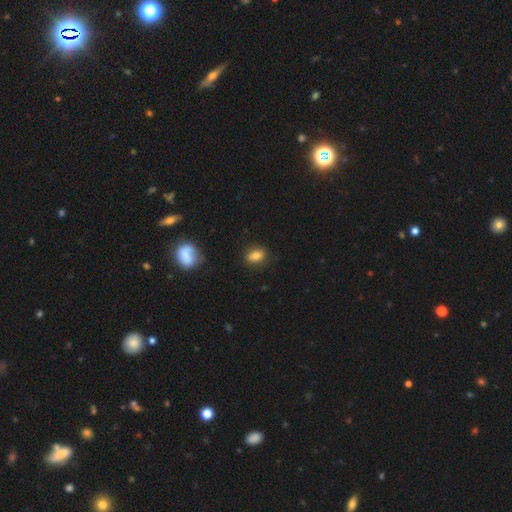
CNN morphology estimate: Smooth or featured? smooth (81%)
How rounded? in between (78%)
Merging? none (85%)